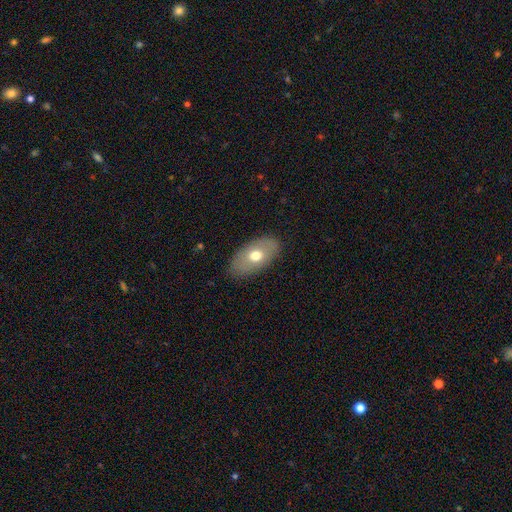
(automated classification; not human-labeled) smooth-or-featured: smooth: 63% | featured or disk: 30% | star or artifact: 7%
  how-rounded: in between: 91% | round: 5% | cigar-shaped: 3%
  merging: none: 82% | minor disturbance: 14% | major disturbance: 3% | merger: 1%